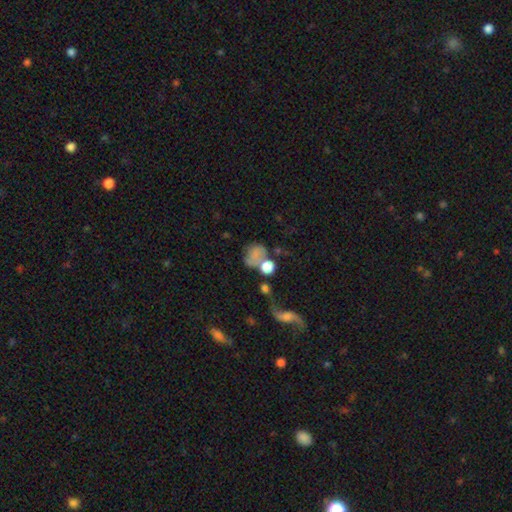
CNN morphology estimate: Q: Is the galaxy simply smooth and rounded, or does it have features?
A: smooth — 64%.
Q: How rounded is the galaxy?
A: round — 58%.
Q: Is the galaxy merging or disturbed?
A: none — 32%.